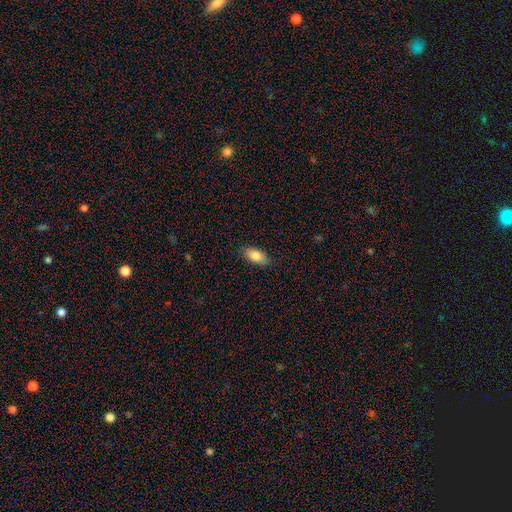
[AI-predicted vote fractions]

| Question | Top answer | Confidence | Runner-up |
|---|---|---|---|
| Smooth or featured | smooth | 83% | featured or disk (10%) |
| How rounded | in between | 89% | cigar-shaped (8%) |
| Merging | none | 86% | minor disturbance (10%) |